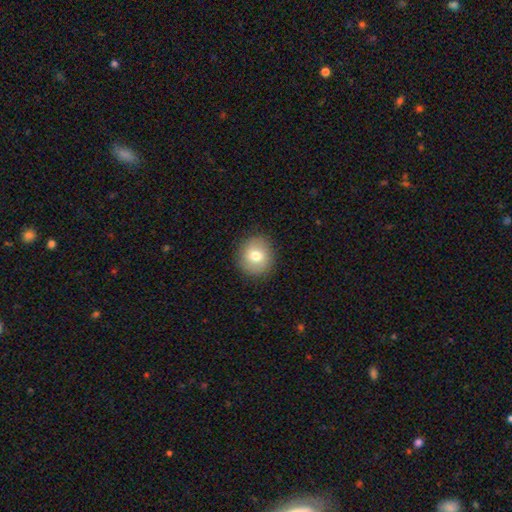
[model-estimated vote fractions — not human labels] smooth-or-featured: smooth: 76% | featured or disk: 15% | star or artifact: 9%
  how-rounded: round: 85% | in between: 14% | cigar-shaped: 1%
  merging: none: 90% | minor disturbance: 7% | major disturbance: 2% | merger: 1%